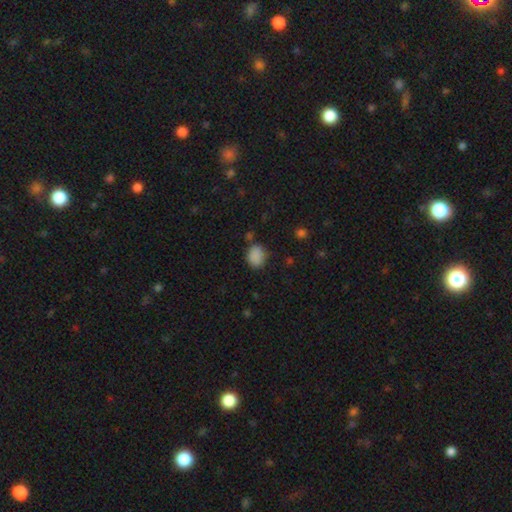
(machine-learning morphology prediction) The model was most divided on "how rounded": round: 54%, in between: 45%, cigar-shaped: 1%. More confident: smooth or featured — smooth (86%); merging — none (76%).